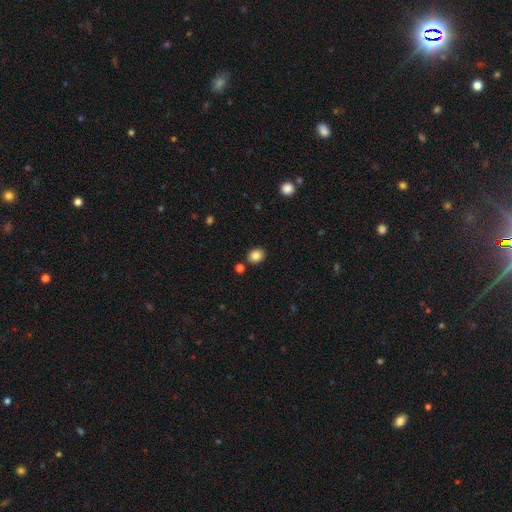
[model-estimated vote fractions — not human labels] Smooth or featured? smooth (85%)
How rounded? round (53%)
Merging? none (84%)